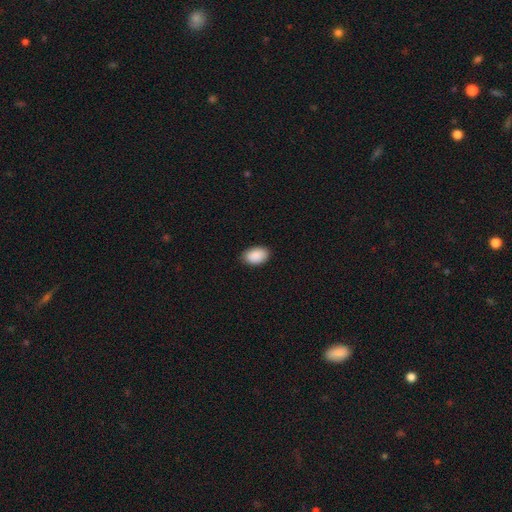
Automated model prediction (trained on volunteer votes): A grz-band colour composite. It shows a smooth galaxy with no disk features (91%) that is in between round and cigar-shaped (91%). Merging: none (86%).